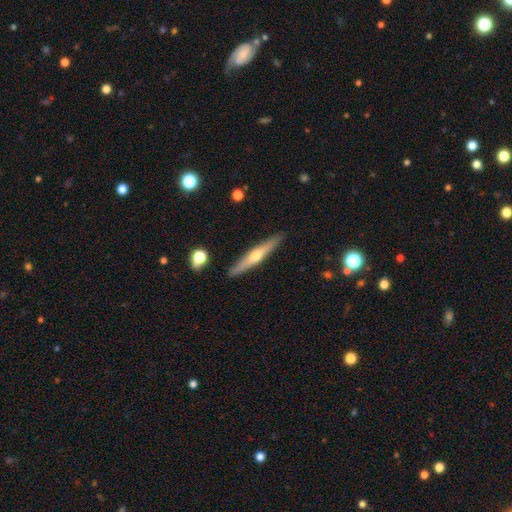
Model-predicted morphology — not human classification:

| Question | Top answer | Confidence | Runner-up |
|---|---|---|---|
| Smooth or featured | featured or disk | 61% | smooth (34%) |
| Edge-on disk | yes | 95% | no (5%) |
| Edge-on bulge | rounded | 88% | none (9%) |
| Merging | none | 90% | minor disturbance (7%) |